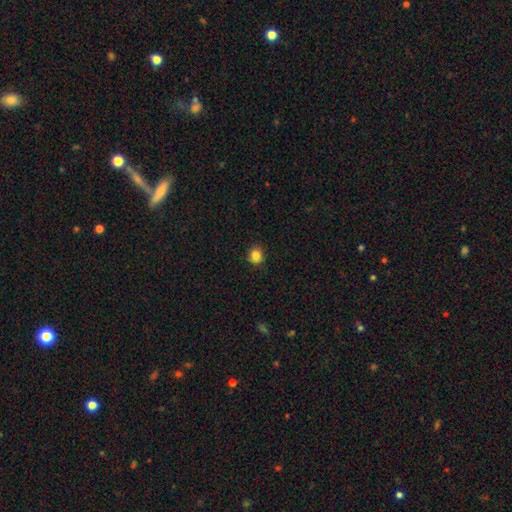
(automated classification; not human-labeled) This appears to be a smooth galaxy with no disk features (85%) that is round (76%). Merging: none (91%).